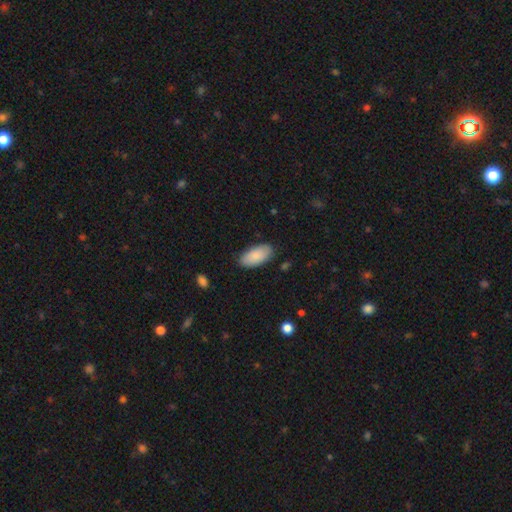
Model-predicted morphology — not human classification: type=smooth (87%); roundness=in between (94%); merging=none (85%).